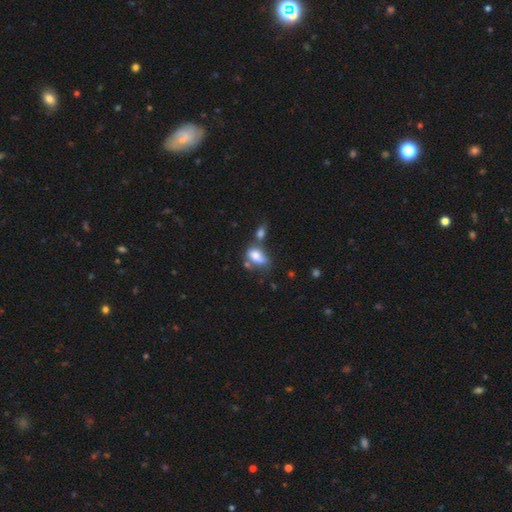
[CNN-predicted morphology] A smooth galaxy with no disk features (72%) that is in between round and cigar-shaped (84%). Merging: merger (41%).